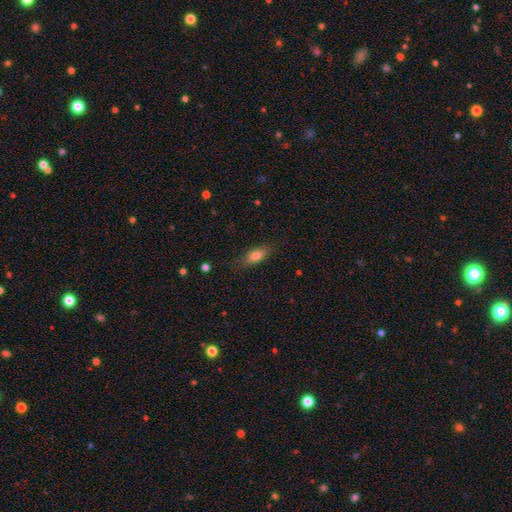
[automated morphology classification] smooth_or_featured: smooth (p=0.76) [alt: featured or disk p=0.17]
how_rounded: in between (p=0.74) [alt: cigar-shaped p=0.23]
merging: none (p=0.80) [alt: minor disturbance p=0.15]